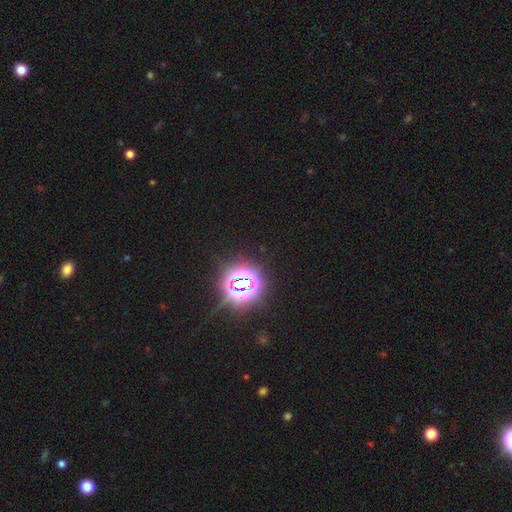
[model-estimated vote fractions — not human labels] star or artifact 85%, smooth 10%, featured or disk 5%.